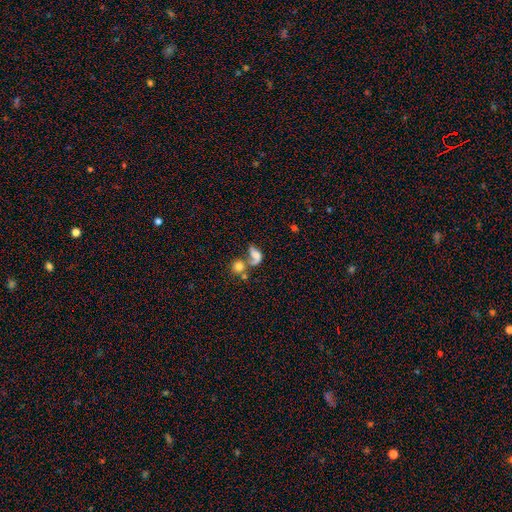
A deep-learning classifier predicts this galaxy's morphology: This is marginally a smooth galaxy (45%). Merging: possibly merger (47%).